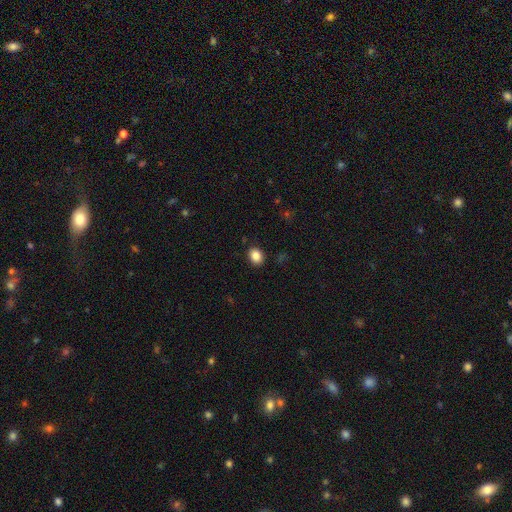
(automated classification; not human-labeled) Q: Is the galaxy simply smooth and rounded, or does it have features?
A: smooth — 86%.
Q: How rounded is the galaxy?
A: in between — 58%.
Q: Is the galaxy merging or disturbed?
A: none — 89%.